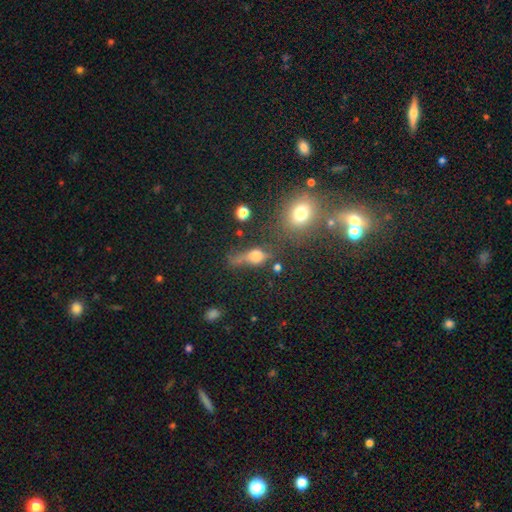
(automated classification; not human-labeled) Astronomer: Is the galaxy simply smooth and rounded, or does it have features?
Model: smooth — 57%.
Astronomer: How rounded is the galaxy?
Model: in between — 50% (runner-up: round, 31%).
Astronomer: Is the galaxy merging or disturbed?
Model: none — 38% (runner-up: major disturbance, 25%).